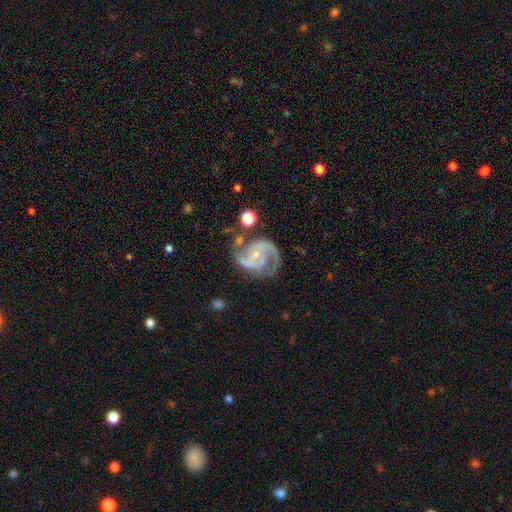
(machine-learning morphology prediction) Overall: featured or disk (90%). Edge-on disk: no (98%). Bar: no (58%; weak 32%). Spiral arms: yes (97%). Spiral arm count: 2 (78%). Spiral winding: medium (55%; tight 30%). Bulge size: small (74%). Merging: none (60%; minor disturbance 22%).